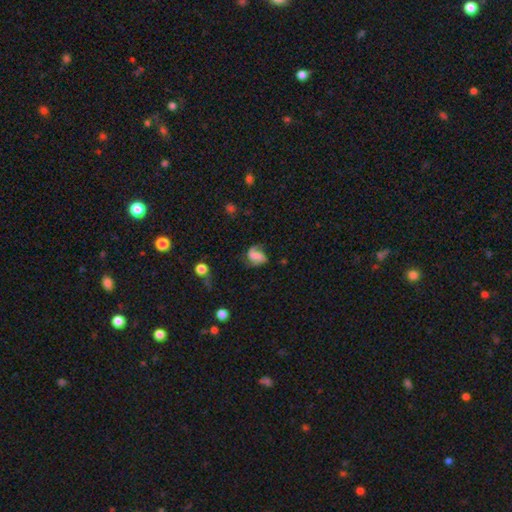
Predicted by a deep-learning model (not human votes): A featured or disk galaxy (63%) with no bar (40%), 2 (81%) loose (49%) spiral arms (89%) and no central bulge (59%). Merging: none (55%).